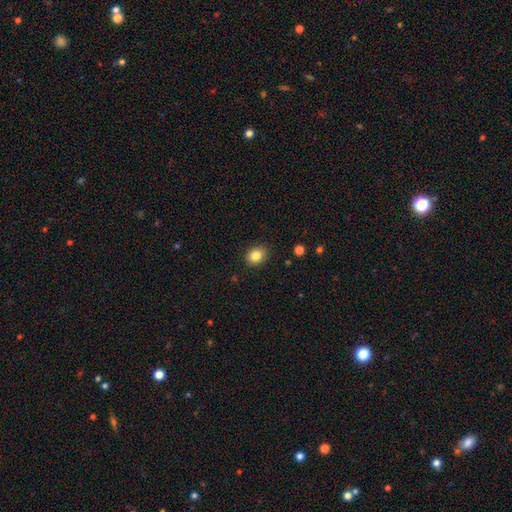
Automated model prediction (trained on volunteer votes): smooth-or-featured: smooth: 84% | star or artifact: 10% | featured or disk: 6%
  how-rounded: round: 51% | in between: 49% | cigar-shaped: 1%
  merging: none: 87% | minor disturbance: 9% | major disturbance: 2% | merger: 1%